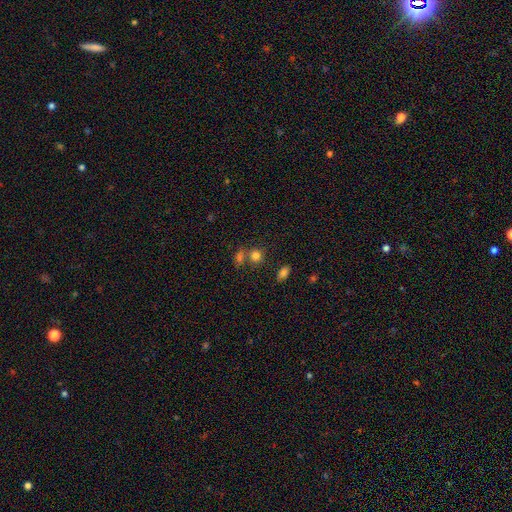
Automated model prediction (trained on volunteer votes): This is likely a smooth galaxy (79%). How rounded: likely round (77%). Merging: possibly none (57%).